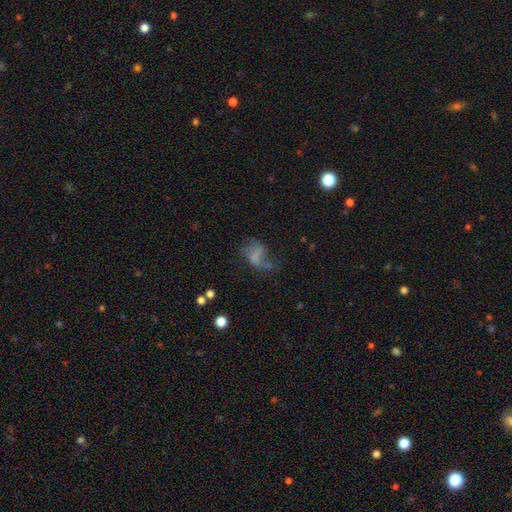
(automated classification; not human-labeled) Smooth or featured: featured or disk — 45% (smooth — 40%)
Merging: major disturbance — 40% (none — 32%)